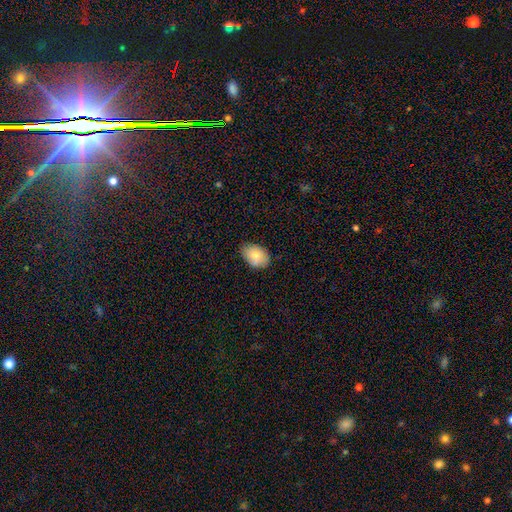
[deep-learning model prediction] smooth 79%, featured or disk 14%, star or artifact 7%. Down the decision tree: how rounded — in between (79%); merging — none (78%).